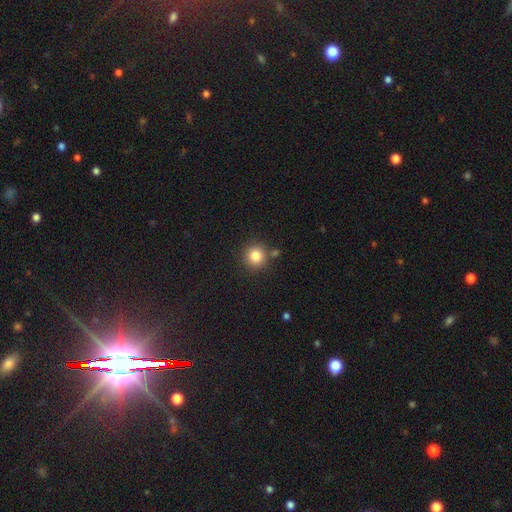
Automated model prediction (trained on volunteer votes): Smooth or featured? smooth (83%)
How rounded? round (93%)
Merging? none (81%)